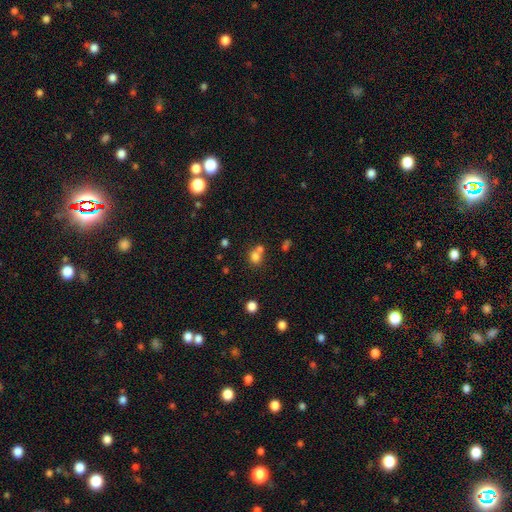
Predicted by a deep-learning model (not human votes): A smooth galaxy with no disk features (75%) that is round (77%).

Vote fractions:
- Smooth or featured? smooth: 75% / star or artifact: 16% / featured or disk: 10%
- How rounded? round: 77% / in between: 22% / cigar-shaped: 1%
- Merging? merger: 45% / none: 44% / minor disturbance: 7% / major disturbance: 4%